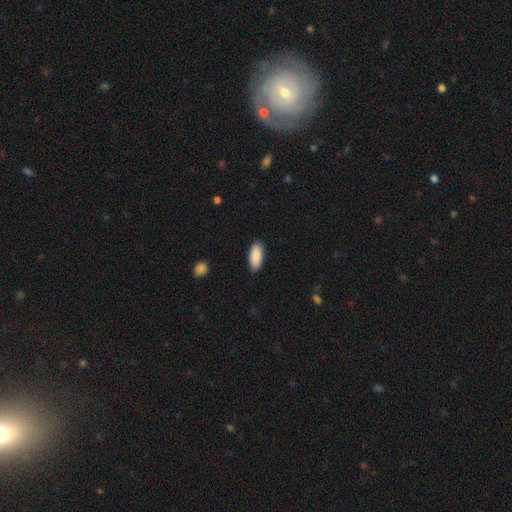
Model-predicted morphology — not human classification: smooth_or_featured: smooth (p=0.88) [alt: star or artifact p=0.06]
how_rounded: in between (p=0.82) [alt: cigar-shaped p=0.16]
merging: none (p=0.85) [alt: minor disturbance p=0.12]